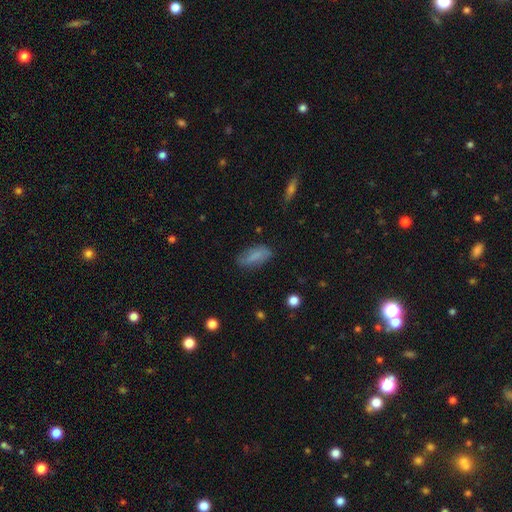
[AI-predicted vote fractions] Overall: smooth (76%). How rounded: in between (82%). Merging: none (74%).